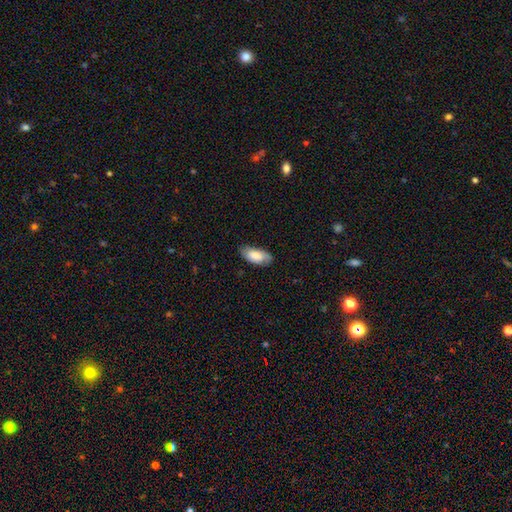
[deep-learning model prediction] Smooth or featured?
  - smooth: 75% *
  - featured or disk: 19%
  - star or artifact: 6%
How rounded?
  - in between: 90% *
  - cigar-shaped: 7%
  - round: 2%
Merging?
  - none: 79% *
  - minor disturbance: 17%
  - major disturbance: 3%
  - merger: 1%